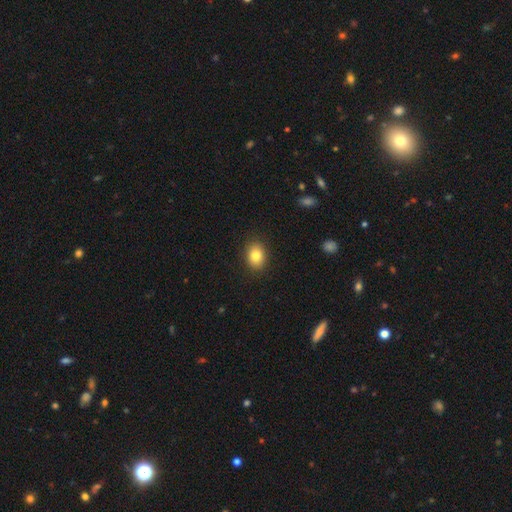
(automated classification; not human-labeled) smooth 83%, star or artifact 9%, featured or disk 8%. Down the decision tree: how rounded — in between (65%); merging — none (89%).